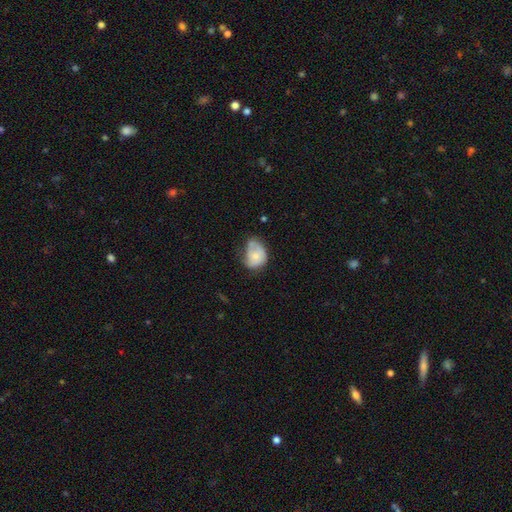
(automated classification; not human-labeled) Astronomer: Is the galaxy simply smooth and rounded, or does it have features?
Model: smooth — 62%.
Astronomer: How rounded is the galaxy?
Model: in between — 66%.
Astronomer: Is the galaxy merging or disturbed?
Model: minor disturbance — 43% (runner-up: none, 28%).